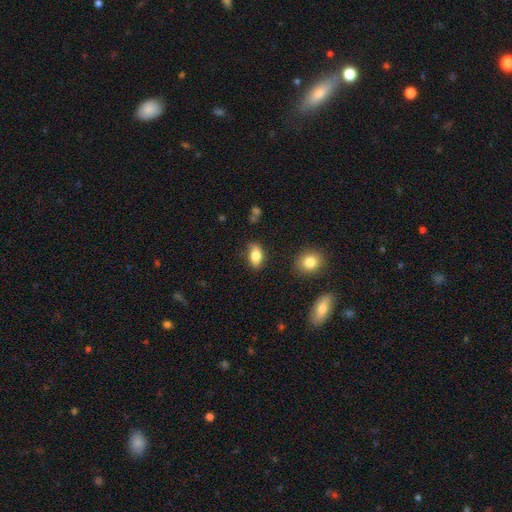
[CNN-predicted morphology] type=smooth (79%); roundness=in between (88%); merging=none (76%).